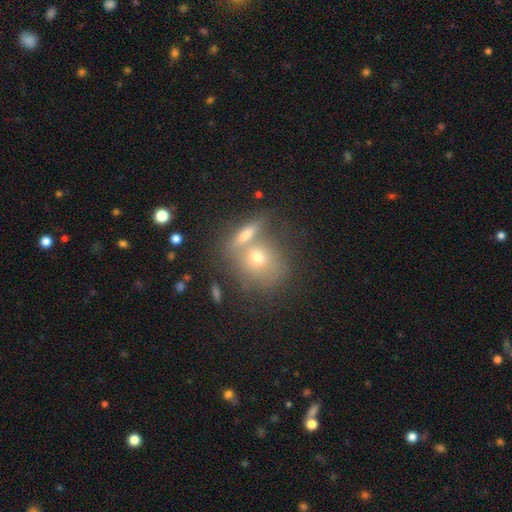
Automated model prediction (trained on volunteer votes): A smooth galaxy with no disk features (58%) that is round (71%).

Vote fractions:
- Smooth or featured? smooth: 58% / featured or disk: 28% / star or artifact: 13%
- How rounded? round: 71% / in between: 26% / cigar-shaped: 3%
- Merging? none: 44% / merger: 43% / minor disturbance: 9% / major disturbance: 5%